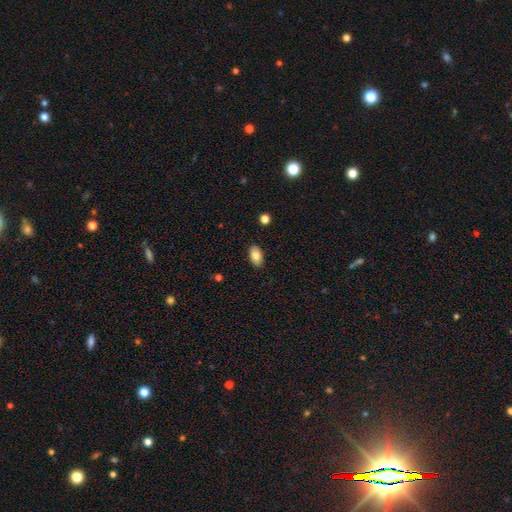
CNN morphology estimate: Overall: smooth (82%). How rounded: in between (93%). Merging: none (89%).